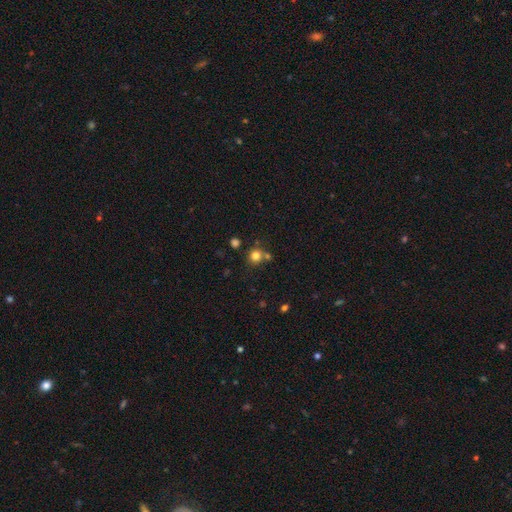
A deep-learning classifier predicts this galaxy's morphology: Smooth or featured? Predicted: smooth (p=0.79). How rounded? Predicted: round (p=0.90). Merging? Predicted: none (p=0.69).